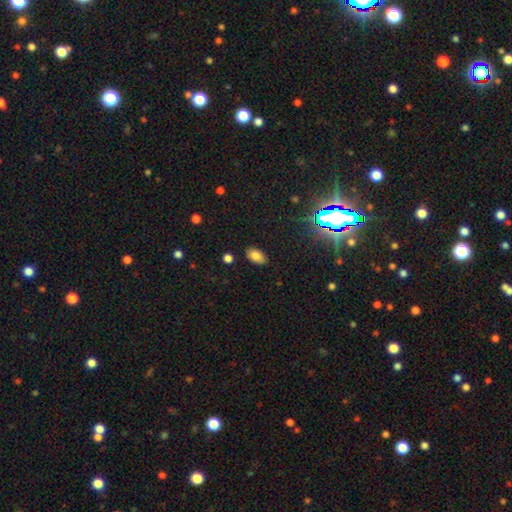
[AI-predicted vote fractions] Q: Smooth or featured?
A: smooth (79%); runner-up: star or artifact (13%)
Q: How rounded?
A: in between (92%); runner-up: round (6%)
Q: Merging?
A: none (85%); runner-up: minor disturbance (11%)